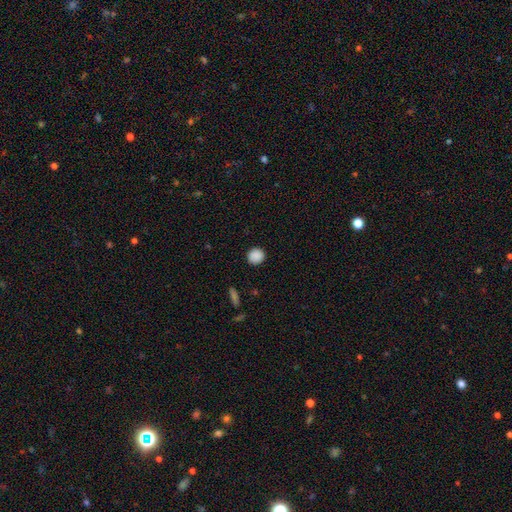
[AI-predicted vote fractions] Smooth or featured? Predicted: smooth (p=0.89). How rounded? Predicted: round (p=0.91). Merging? Predicted: none (p=0.91).